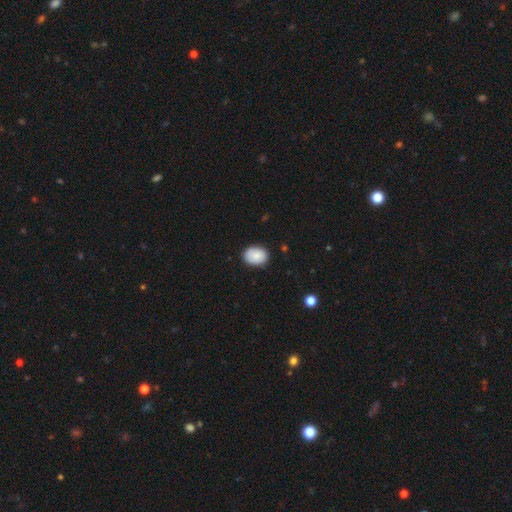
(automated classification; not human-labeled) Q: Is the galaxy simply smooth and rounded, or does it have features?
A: smooth — 87%.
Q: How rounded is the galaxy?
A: in between — 70%.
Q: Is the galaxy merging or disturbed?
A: none — 86%.